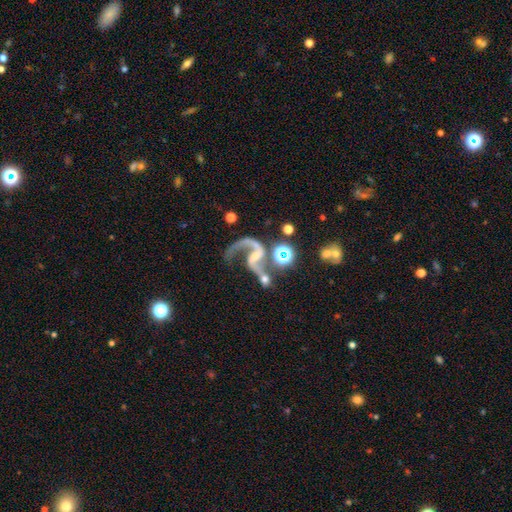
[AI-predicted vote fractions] smooth-or-featured: featured or disk: 87% | star or artifact: 8% | smooth: 5%
  disk-edge-on: no: 98% | yes: 2%
    bar: weak: 39% | no: 37% | strong: 24%
    has-spiral-arms: yes: 95% | no: 5%
      spiral-winding: loose: 70% | medium: 25% | tight: 4%
      spiral-arm-count: 2: 83% | 1: 12% | can't tell: 2% | 3: 1% | 4: 1% | more than 4: 1%
    bulge-size: small: 57% | moderate: 22% | none: 17% | large: 2% | dominant: 1%
  merging: none: 38% | major disturbance: 24% | merger: 22% | minor disturbance: 15%